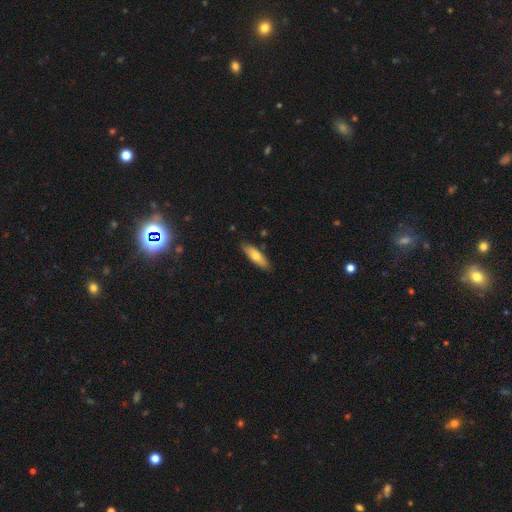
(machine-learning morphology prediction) smooth-or-featured: smooth: 66% | featured or disk: 28% | star or artifact: 6%
  how-rounded: cigar-shaped: 49% (tied) | in between: 49% (tied) | round: 2%
  merging: none: 86% | minor disturbance: 11% | major disturbance: 2% | merger: 2%